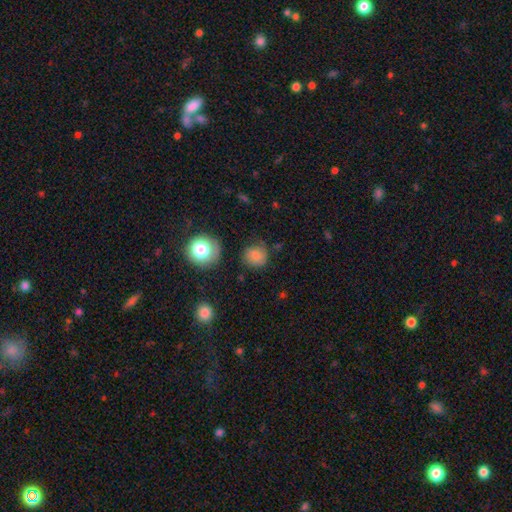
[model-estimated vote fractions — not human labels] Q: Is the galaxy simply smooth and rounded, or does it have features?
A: smooth — 74%.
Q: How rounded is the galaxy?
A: round — 85%.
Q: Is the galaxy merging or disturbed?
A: none — 68%.